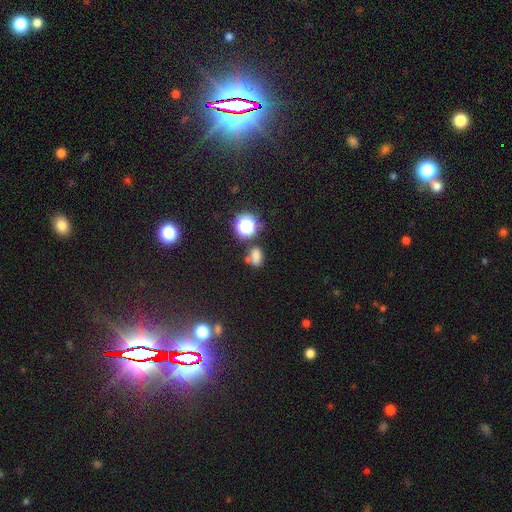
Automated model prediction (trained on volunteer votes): Smooth or featured? smooth (68%)
How rounded? in between (69%)
Merging? none (59%)